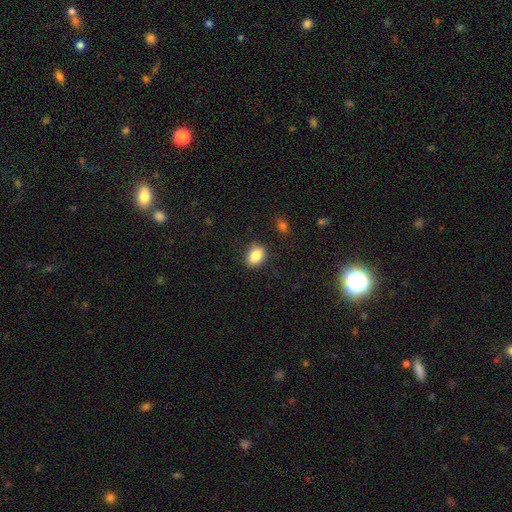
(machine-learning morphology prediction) A smooth galaxy with no disk features (85%) that is in between round and cigar-shaped (67%).

Vote fractions:
- Smooth or featured? smooth: 85% / star or artifact: 9% / featured or disk: 7%
- How rounded? in between: 67% / round: 32% / cigar-shaped: 1%
- Merging? none: 83% / minor disturbance: 13% / major disturbance: 3% / merger: 2%